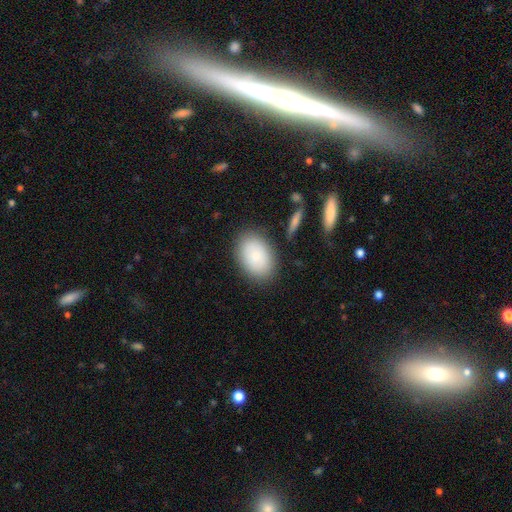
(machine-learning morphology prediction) type=smooth (84%); roundness=in between (83%); merging=none (83%).